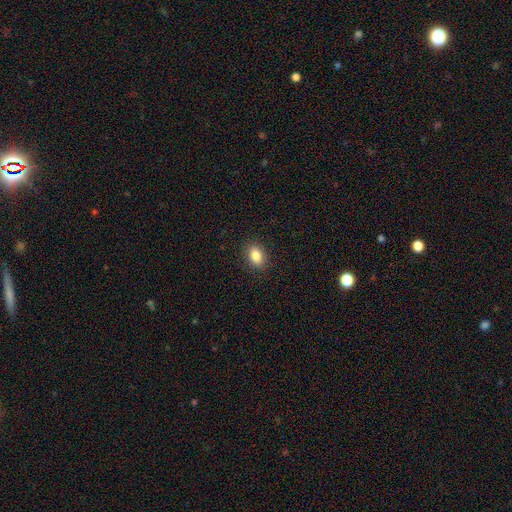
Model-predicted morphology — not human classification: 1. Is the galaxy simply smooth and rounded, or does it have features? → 86% smooth, 9% star or artifact, 5% featured or disk.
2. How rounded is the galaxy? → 81% in between, 18% round, 2% cigar-shaped.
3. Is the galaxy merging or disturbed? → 89% none, 8% minor disturbance, 2% major disturbance, 1% merger.